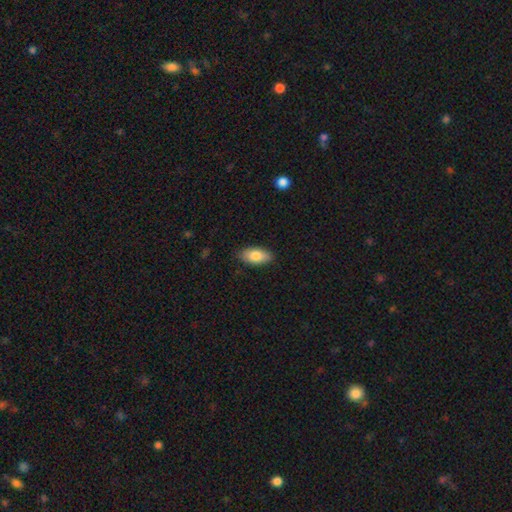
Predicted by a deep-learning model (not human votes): A smooth galaxy with no disk features (82%) that is in between round and cigar-shaped (91%). Merging: none (86%).